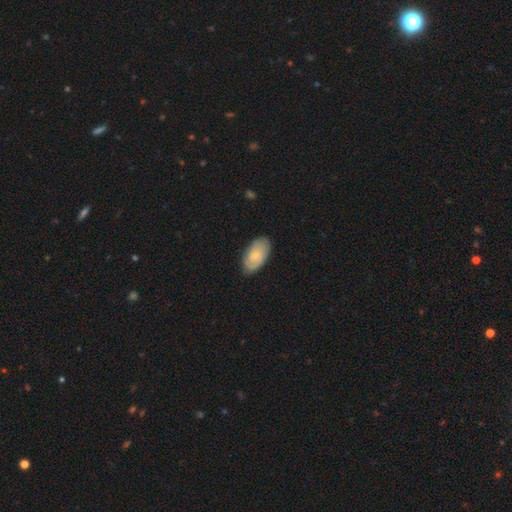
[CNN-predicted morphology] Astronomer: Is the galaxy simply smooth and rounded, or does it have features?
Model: smooth — 65%.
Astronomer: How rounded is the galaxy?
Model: in between — 95%.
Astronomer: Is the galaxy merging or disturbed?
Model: none — 79%.